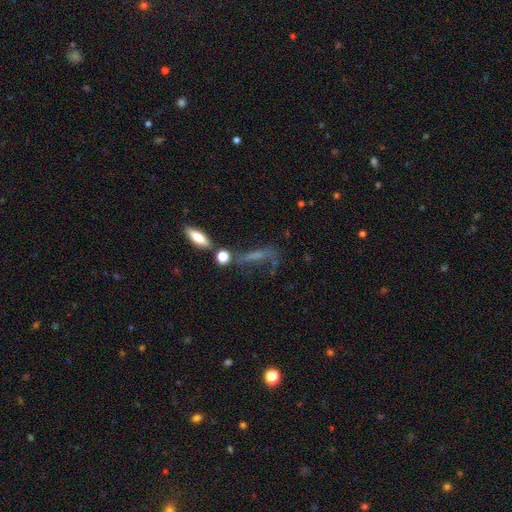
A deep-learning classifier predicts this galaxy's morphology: Q: Smooth or featured?
A: featured or disk (39%); tied with: smooth (39%)
Q: Merging?
A: none (37%); runner-up: major disturbance (30%)